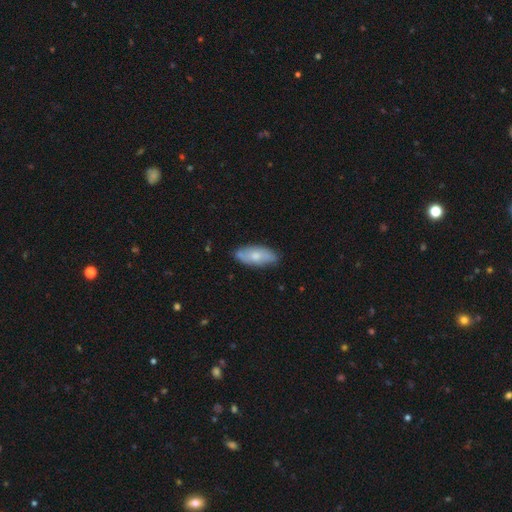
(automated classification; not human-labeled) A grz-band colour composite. It shows a smooth galaxy with no disk features (62%) that is in between round and cigar-shaped (83%). Merging: none (78%).